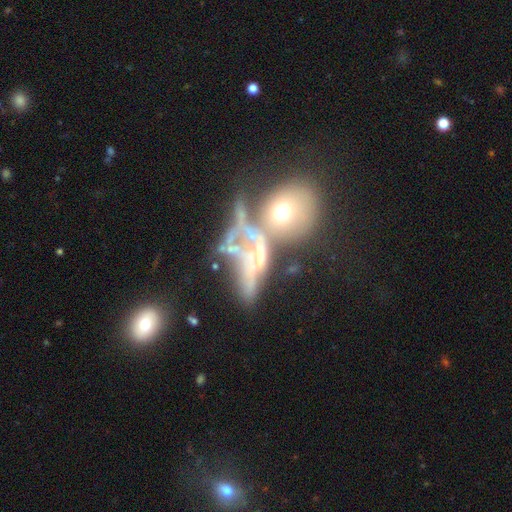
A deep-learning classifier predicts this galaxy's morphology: featured or disk 54%, smooth 28%, star or artifact 18%. Down the decision tree: edge-on disk — no (81%); merging — merger (48%).